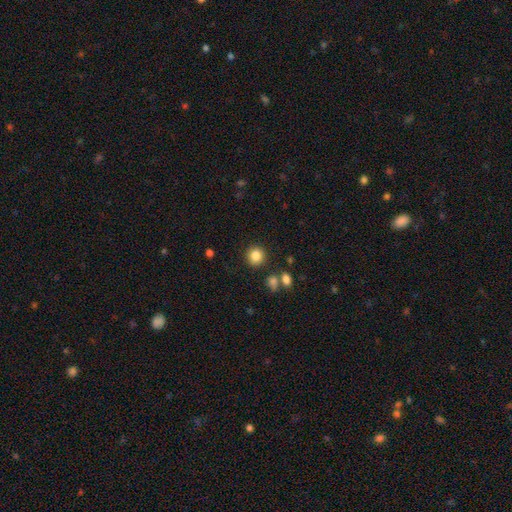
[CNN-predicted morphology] smooth 85%, star or artifact 10%, featured or disk 5%. Down the decision tree: how rounded — round (90%); merging — none (86%).